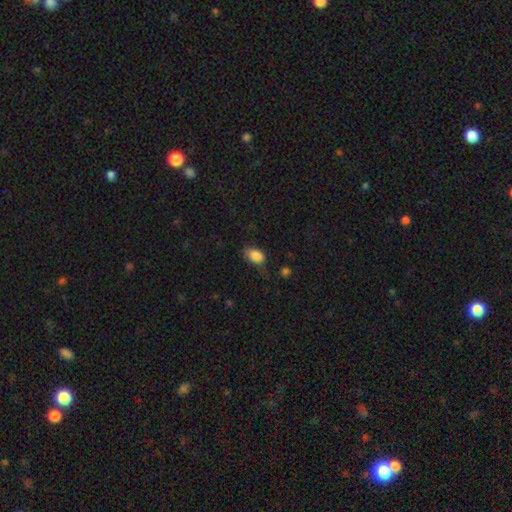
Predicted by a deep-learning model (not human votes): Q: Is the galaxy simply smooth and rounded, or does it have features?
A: smooth — 85%.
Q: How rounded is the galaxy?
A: in between — 84%.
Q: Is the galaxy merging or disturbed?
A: none — 48%.